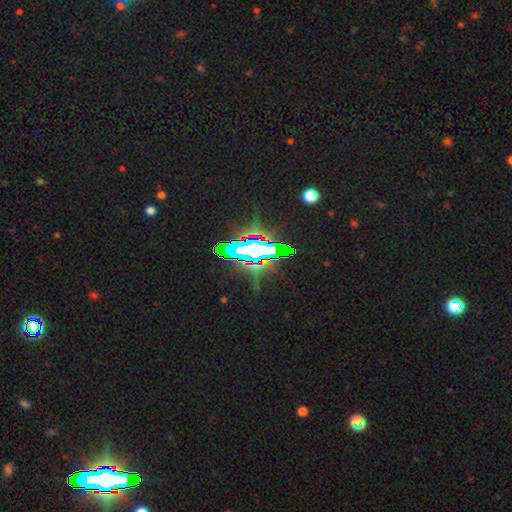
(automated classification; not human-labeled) Smooth or featured? star or artifact (70%)